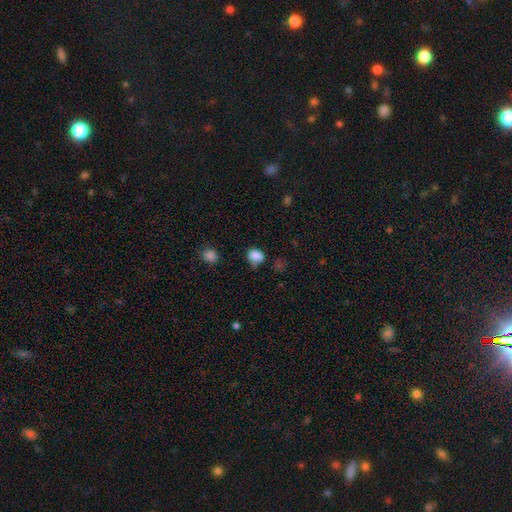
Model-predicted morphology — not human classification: Smooth or featured? Predicted: smooth (p=0.85). How rounded? Predicted: round (p=0.52). Merging? Predicted: none (p=0.58).